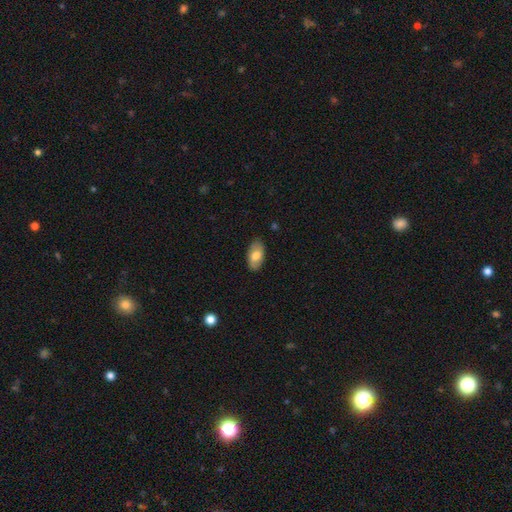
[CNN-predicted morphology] This is likely a smooth galaxy (69%). How rounded: clearly in between (94%). Merging: clearly none (84%).